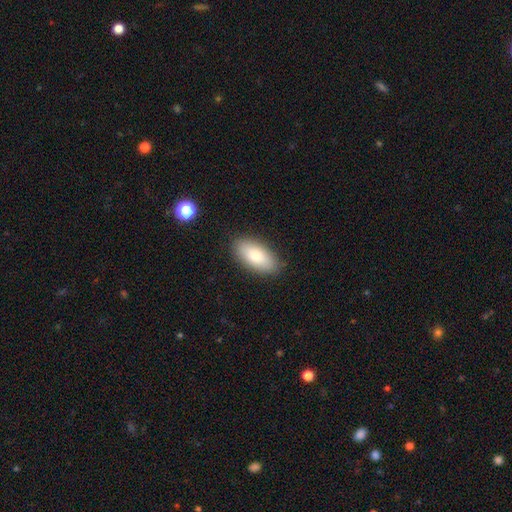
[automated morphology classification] This is likely a smooth galaxy (78%). How rounded: clearly in between (90%). Merging: clearly none (87%).